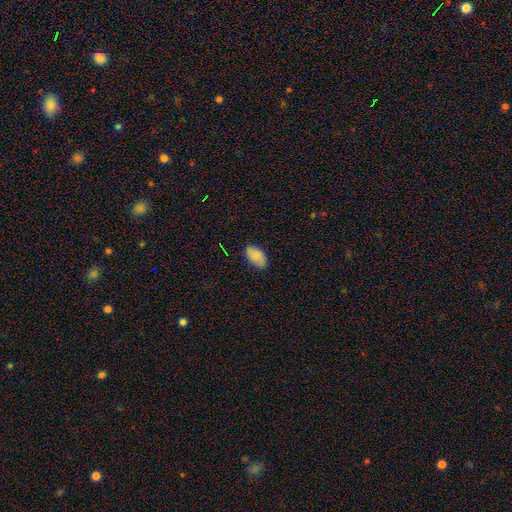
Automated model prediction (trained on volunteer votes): smooth 81%, featured or disk 12%, star or artifact 7%. Down the decision tree: how rounded — in between (94%); merging — none (83%).